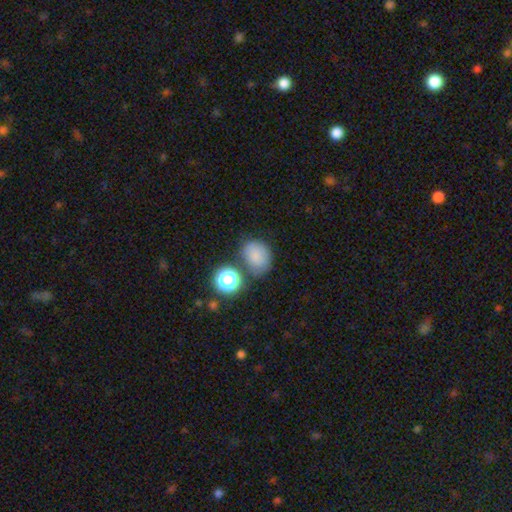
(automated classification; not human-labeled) Smooth or featured? smooth (76%)
How rounded? round (54%)
Merging? none (64%)